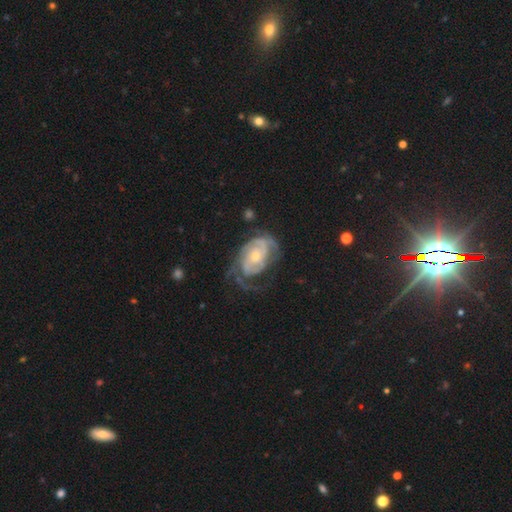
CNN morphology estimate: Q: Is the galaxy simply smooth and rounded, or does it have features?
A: featured or disk — 83%.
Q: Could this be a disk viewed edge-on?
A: no — 97%.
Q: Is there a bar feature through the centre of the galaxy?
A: no — 71%.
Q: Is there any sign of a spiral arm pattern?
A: yes — 91%.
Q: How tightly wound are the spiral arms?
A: tight — 56%.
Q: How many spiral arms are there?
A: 2 — 33%, tied with can't tell.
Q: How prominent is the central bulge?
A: small — 54%.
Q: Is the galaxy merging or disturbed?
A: none — 44%.